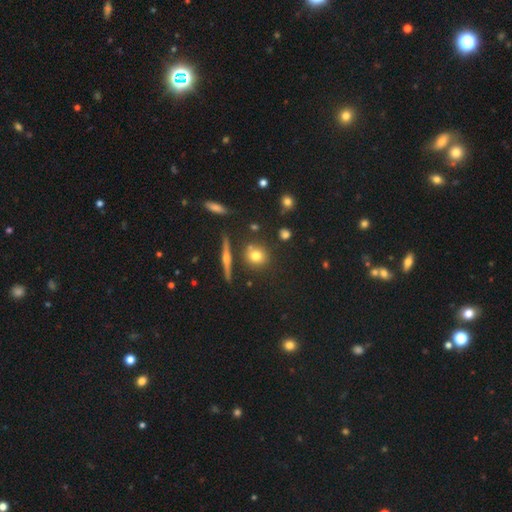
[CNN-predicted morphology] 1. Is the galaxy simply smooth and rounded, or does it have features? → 71% smooth, 16% featured or disk, 13% star or artifact.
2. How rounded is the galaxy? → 83% round, 14% in between, 3% cigar-shaped.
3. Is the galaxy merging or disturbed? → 78% none, 10% minor disturbance, 8% merger, 3% major disturbance.